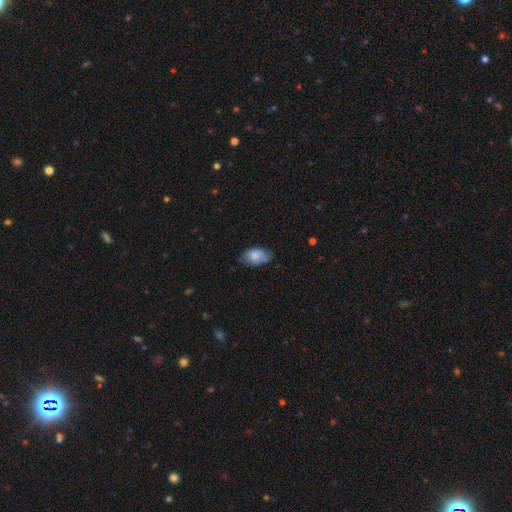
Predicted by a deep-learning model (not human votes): smooth 78%, featured or disk 14%, star or artifact 7%. Down the decision tree: how rounded — in between (89%); merging — none (58%).